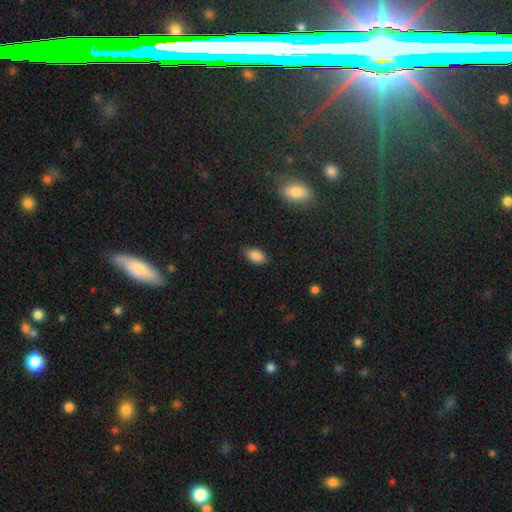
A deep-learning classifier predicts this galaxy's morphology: The model was most divided on "merging": none: 82%, minor disturbance: 14%, major disturbance: 3%, merger: 1%. More confident: how rounded — in between (91%); smooth or featured — smooth (86%).